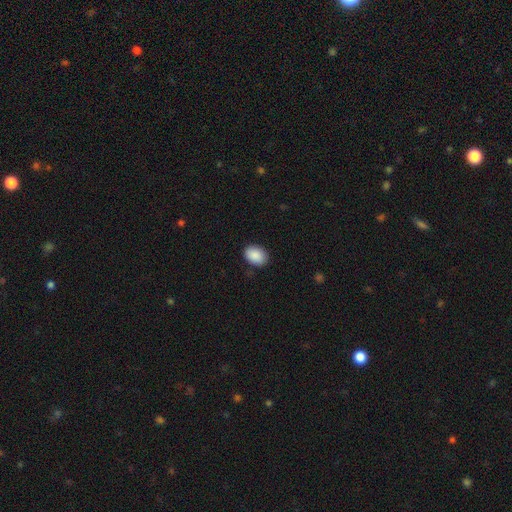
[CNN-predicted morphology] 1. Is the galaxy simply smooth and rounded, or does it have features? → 90% smooth, 7% star or artifact, 3% featured or disk.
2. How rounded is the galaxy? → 82% in between, 17% round, 1% cigar-shaped.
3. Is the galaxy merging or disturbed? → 85% none, 12% minor disturbance, 2% major disturbance, 1% merger.